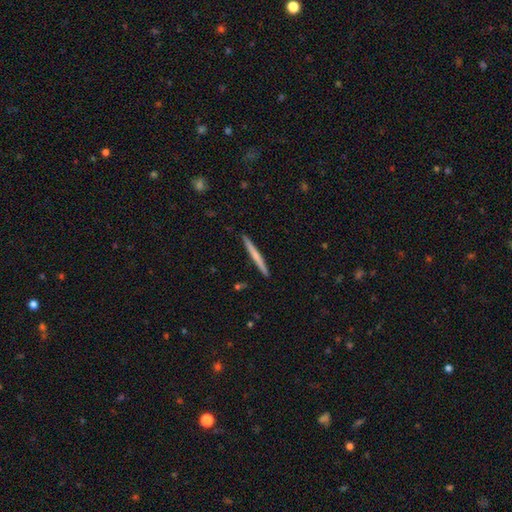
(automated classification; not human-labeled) A smooth galaxy with no disk features (53%) that is cigar-shaped (97%). Merging: none (92%).